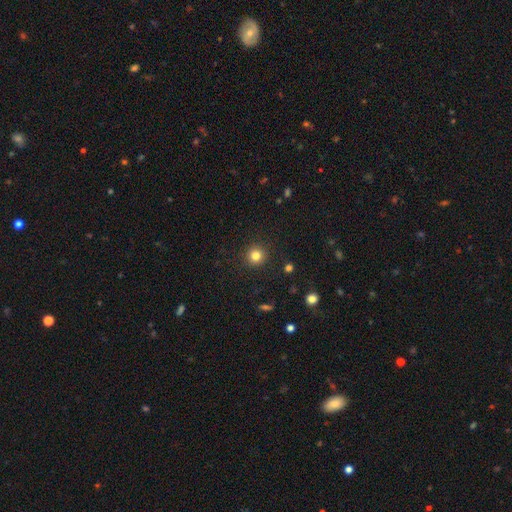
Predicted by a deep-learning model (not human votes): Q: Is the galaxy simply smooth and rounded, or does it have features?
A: smooth — 82%.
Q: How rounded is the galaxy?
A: round — 94%.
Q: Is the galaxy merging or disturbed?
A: none — 91%.